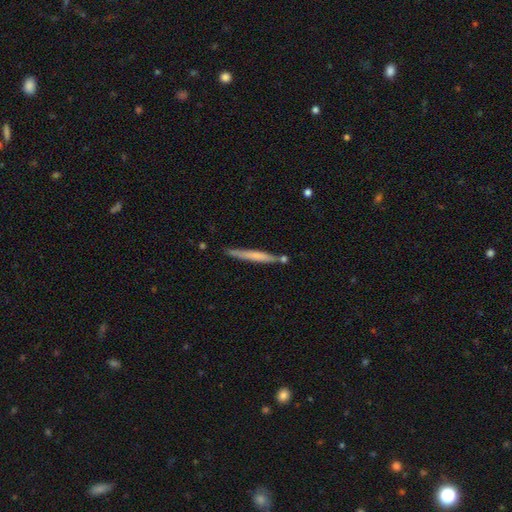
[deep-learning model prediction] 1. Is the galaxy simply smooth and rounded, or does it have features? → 57% smooth, 38% featured or disk, 6% star or artifact.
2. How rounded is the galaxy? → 96% cigar-shaped, 3% in between, 1% round.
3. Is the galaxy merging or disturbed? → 77% none, 13% minor disturbance, 8% merger, 2% major disturbance.